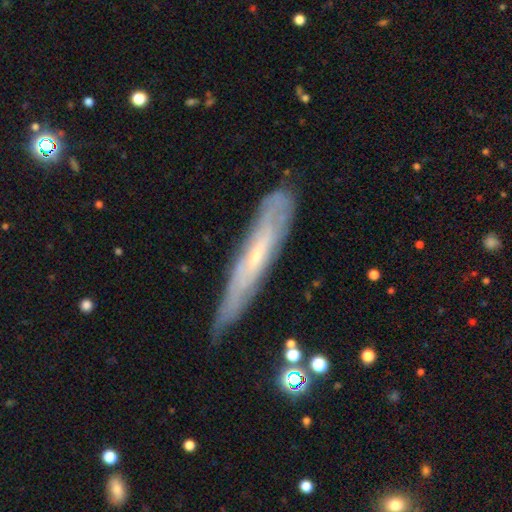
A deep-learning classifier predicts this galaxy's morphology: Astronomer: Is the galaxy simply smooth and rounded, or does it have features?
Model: featured or disk — 67%.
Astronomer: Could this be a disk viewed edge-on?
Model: yes — 63%.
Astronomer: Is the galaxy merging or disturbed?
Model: none — 72%.